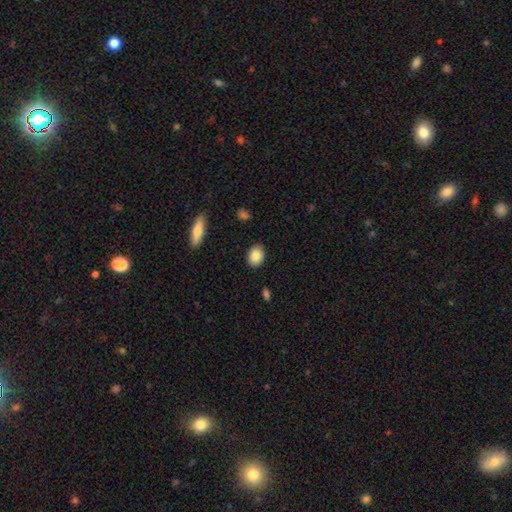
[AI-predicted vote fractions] This appears to be a smooth galaxy with no disk features (86%) that is in between round and cigar-shaped (71%). Merging: none (88%).